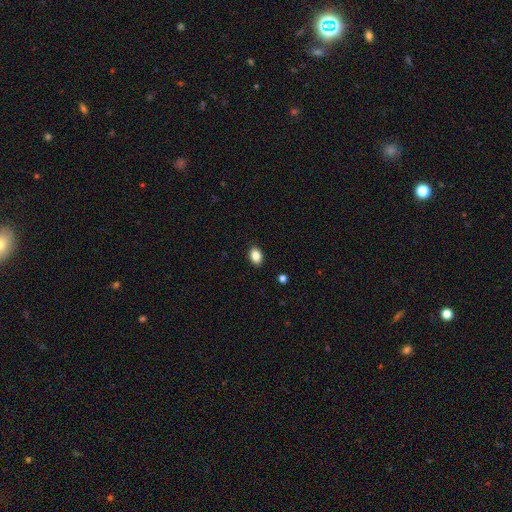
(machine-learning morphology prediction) A smooth galaxy with no disk features (86%) that is in between round and cigar-shaped (81%). Merging: none (89%).